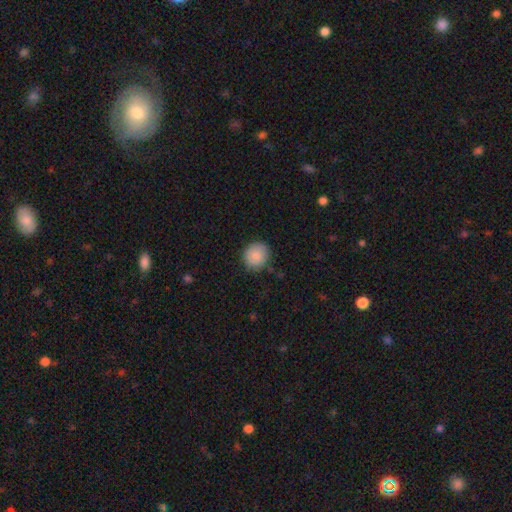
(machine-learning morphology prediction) This appears to be a smooth galaxy with no disk features (89%) that is round (86%). Merging: none (86%).